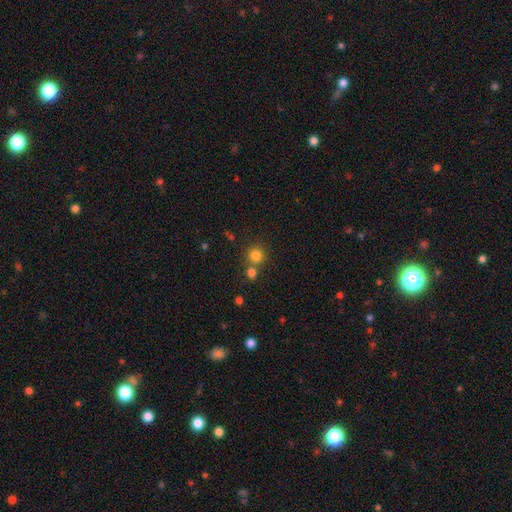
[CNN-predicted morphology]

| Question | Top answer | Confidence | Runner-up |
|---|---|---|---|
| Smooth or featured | smooth | 81% | star or artifact (13%) |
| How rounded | round | 90% | in between (9%) |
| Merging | none | 67% | merger (22%) |